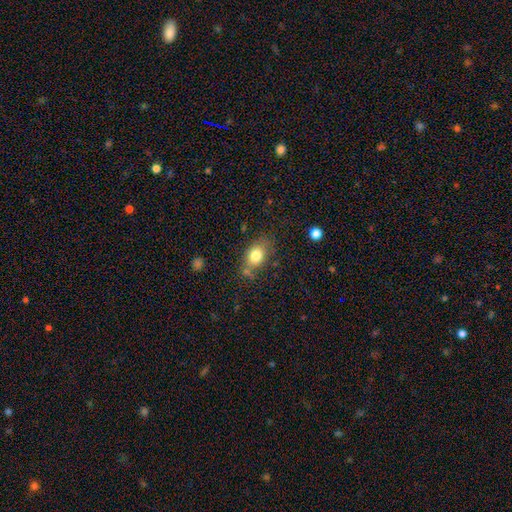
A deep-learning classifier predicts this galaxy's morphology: Smooth or featured? smooth (79%)
How rounded? in between (73%)
Merging? none (63%)